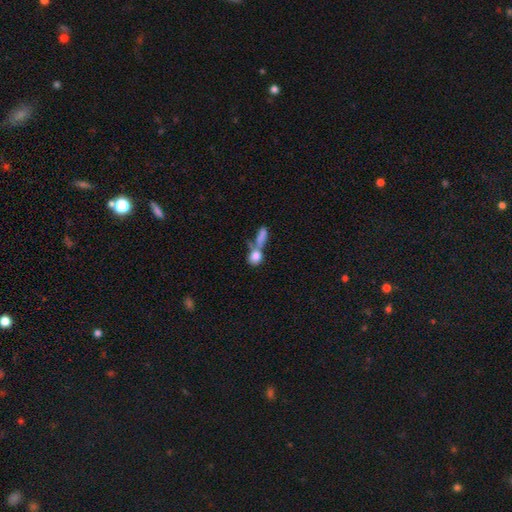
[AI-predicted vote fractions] Smooth or featured? Predicted: smooth (p=0.77). How rounded? Predicted: round (p=0.53). Merging? Predicted: merger (p=0.55).